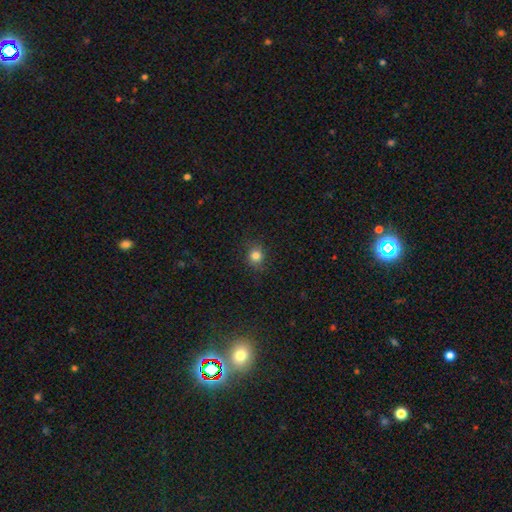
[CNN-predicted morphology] A smooth galaxy with no disk features (81%) that is round (82%).

Vote fractions:
- Smooth or featured? smooth: 81% / star or artifact: 13% / featured or disk: 6%
- How rounded? round: 82% / in between: 17% / cigar-shaped: 1%
- Merging? none: 87% / minor disturbance: 9% / major disturbance: 3% / merger: 1%